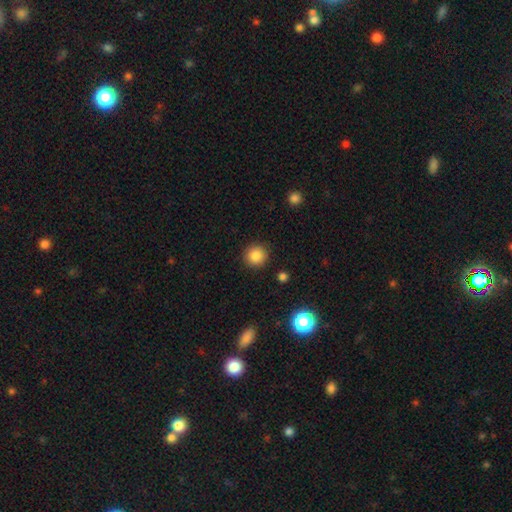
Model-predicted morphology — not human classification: Q: Smooth or featured?
A: smooth (86%); runner-up: star or artifact (10%)
Q: How rounded?
A: round (94%); runner-up: in between (5%)
Q: Merging?
A: none (91%); runner-up: minor disturbance (6%)